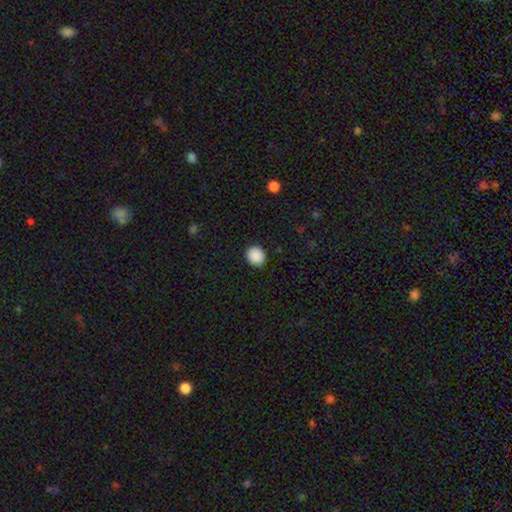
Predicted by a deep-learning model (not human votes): A smooth galaxy with no disk features (90%) that is round (79%). Merging: none (91%).